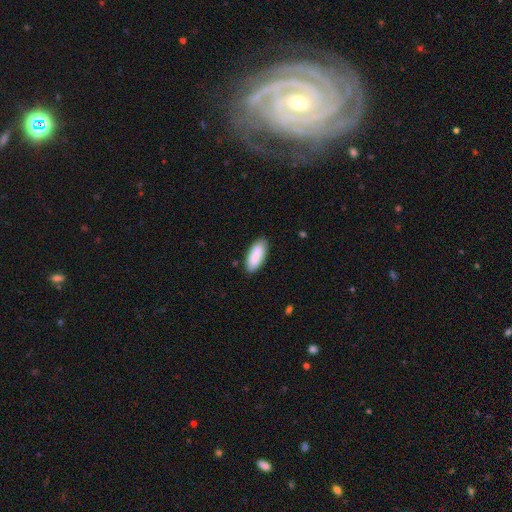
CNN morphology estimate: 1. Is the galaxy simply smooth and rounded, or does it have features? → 89% smooth, 6% featured or disk, 5% star or artifact.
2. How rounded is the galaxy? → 84% in between, 14% cigar-shaped, 2% round.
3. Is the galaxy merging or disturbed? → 84% none, 12% minor disturbance, 2% major disturbance, 1% merger.